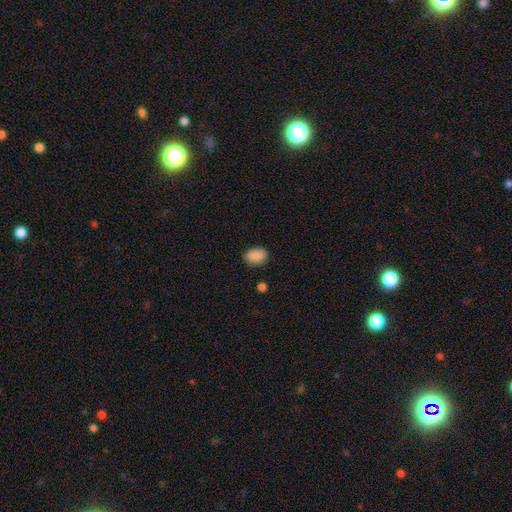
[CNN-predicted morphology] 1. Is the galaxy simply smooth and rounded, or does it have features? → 88% smooth, 8% star or artifact, 4% featured or disk.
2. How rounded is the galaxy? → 74% in between, 24% round, 1% cigar-shaped.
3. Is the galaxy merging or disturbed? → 82% none, 13% minor disturbance, 3% major disturbance, 2% merger.